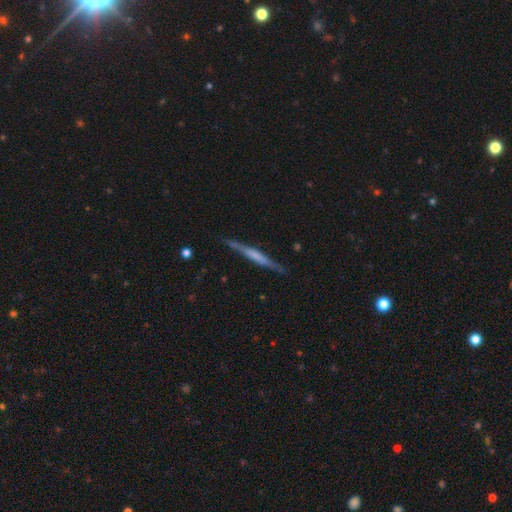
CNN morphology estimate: smooth-or-featured: featured or disk: 61% | smooth: 34% | star or artifact: 5%
  disk-edge-on: yes: 97% | no: 3%
    edge-on-bulge: none: 43% | boxy: 34% | rounded: 23%
  merging: none: 86% | minor disturbance: 10% | major disturbance: 2% | merger: 2%